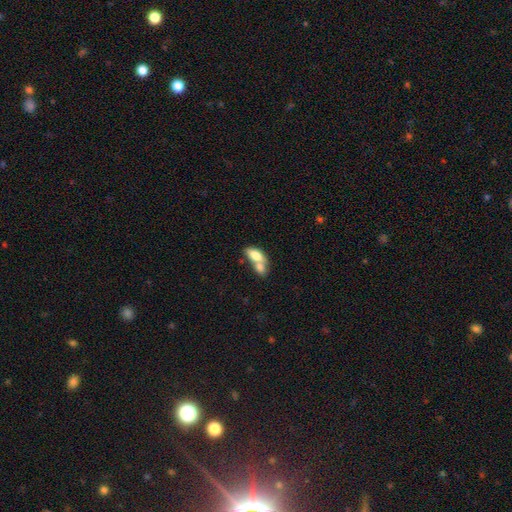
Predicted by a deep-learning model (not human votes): Smooth or featured? Predicted: smooth (p=0.74). How rounded? Predicted: in between (p=0.84). Merging? Predicted: merger (p=0.67).